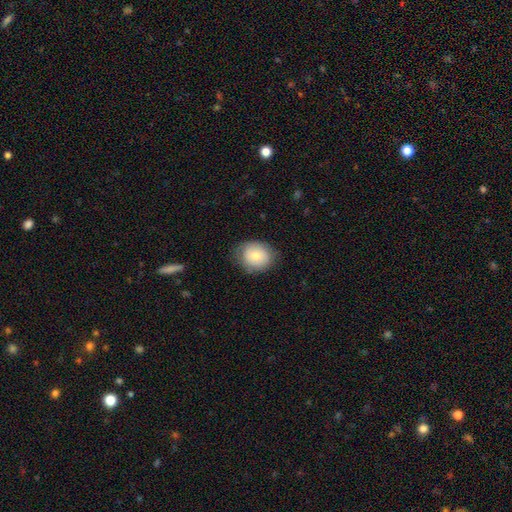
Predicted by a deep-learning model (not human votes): smooth-or-featured: smooth: 75% | featured or disk: 18% | star or artifact: 7%
  how-rounded: round: 63% | in between: 36% | cigar-shaped: 1%
  merging: none: 75% | minor disturbance: 19% | major disturbance: 5% | merger: 1%